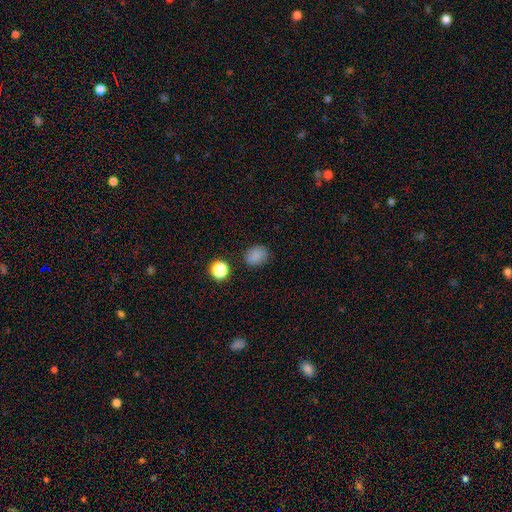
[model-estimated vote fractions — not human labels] Smooth or featured: smooth — 81% (star or artifact — 13%)
How rounded: round — 51% (in between — 48%)
Merging: none — 82% (minor disturbance — 13%)